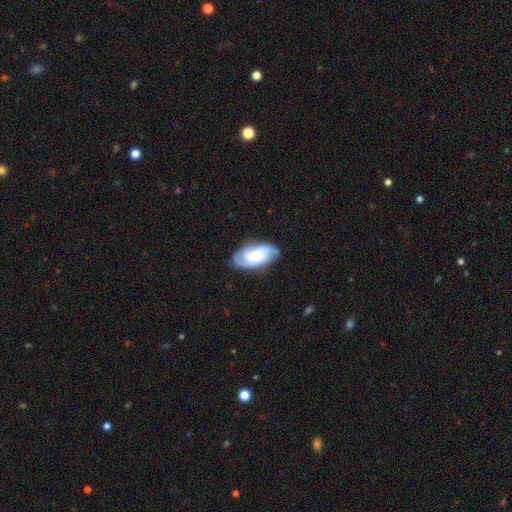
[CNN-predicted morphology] A featured or disk galaxy (64%) with no bar (63%), 2 (47%) medium (42%) spiral arms (93%) and a moderate central bulge (41%).

Vote fractions:
- Smooth or featured? featured or disk: 64% / smooth: 30% / star or artifact: 6%
- Edge-on disk? no: 95% / yes: 5%
- Bar? no: 63% / weak: 30% / strong: 7%
- Spiral arms? yes: 93% / no: 7%
- Spiral winding? medium: 42% / tight: 41% / loose: 17%
- Spiral arm count? 2: 47% / 3: 22% / can't tell: 20% / 4: 4% / 1: 4% / more than 4: 3%
- Bulge size? moderate: 41% / small: 34% / large: 16% / none: 6% / dominant: 3%
- Merging? none: 77% / minor disturbance: 17% / major disturbance: 5% / merger: 1%